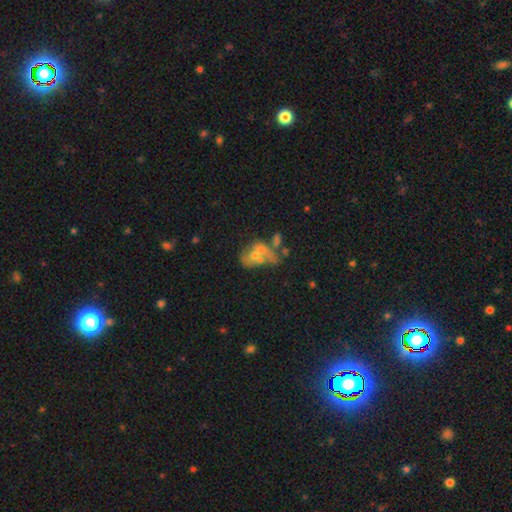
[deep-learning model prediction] A featured or disk galaxy (45%). Merging: merger (48%).